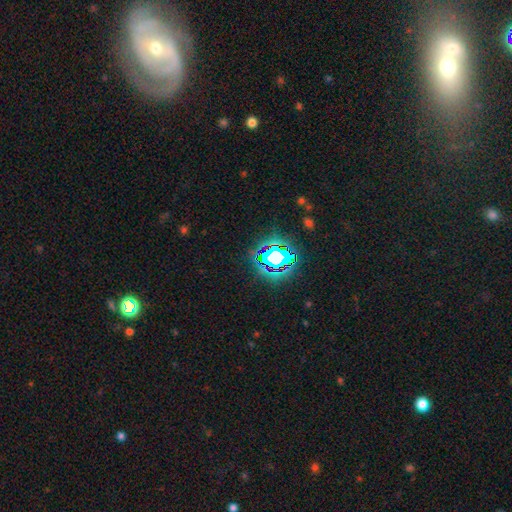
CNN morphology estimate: This appears to be a star or artifact, not a galaxy (42%).